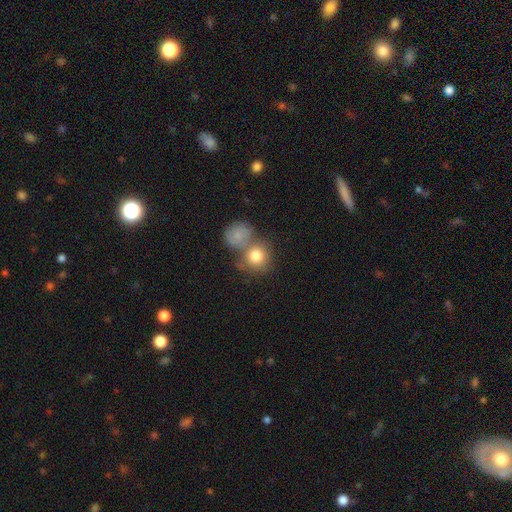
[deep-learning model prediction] Smooth or featured? smooth (80%)
How rounded? round (86%)
Merging? none (43%, tied with merger)